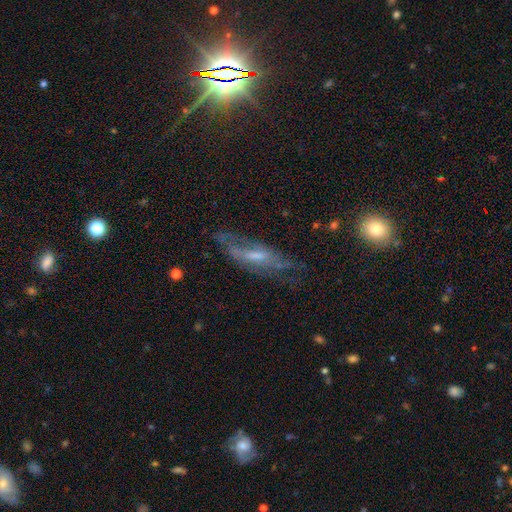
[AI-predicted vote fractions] Overall: featured or disk (65%). Edge-on disk: no (66%; yes 34%). Merging: none (57%; minor disturbance 23%).